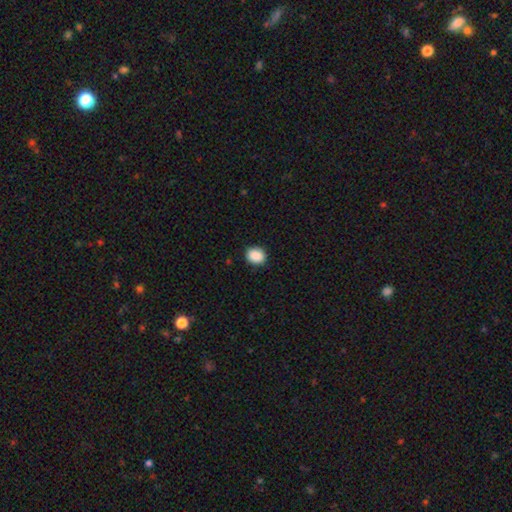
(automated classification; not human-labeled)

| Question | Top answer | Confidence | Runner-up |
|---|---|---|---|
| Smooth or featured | smooth | 89% | star or artifact (8%) |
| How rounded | round | 60% | in between (39%) |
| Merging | none | 88% | minor disturbance (9%) |